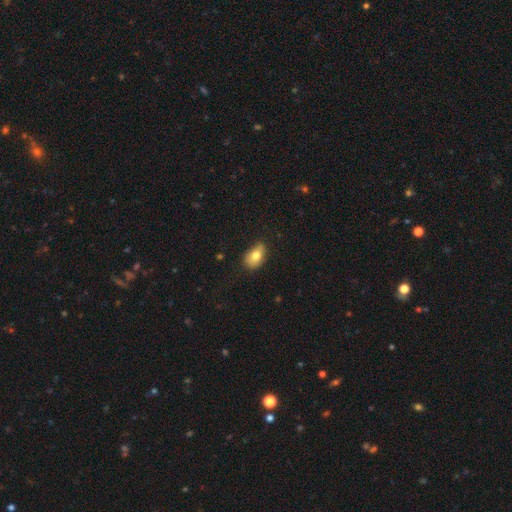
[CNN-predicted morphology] smooth_or_featured: smooth (p=0.78) [alt: featured or disk p=0.13]
how_rounded: in between (p=0.81) [alt: round p=0.17]
merging: none (p=0.61) [alt: minor disturbance p=0.30]